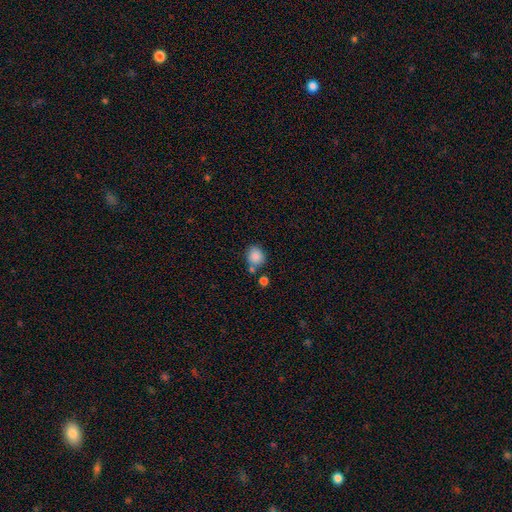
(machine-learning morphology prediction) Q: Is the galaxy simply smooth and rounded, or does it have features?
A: smooth — 86%.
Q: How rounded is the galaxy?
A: round — 73%.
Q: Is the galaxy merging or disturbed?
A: none — 66%.